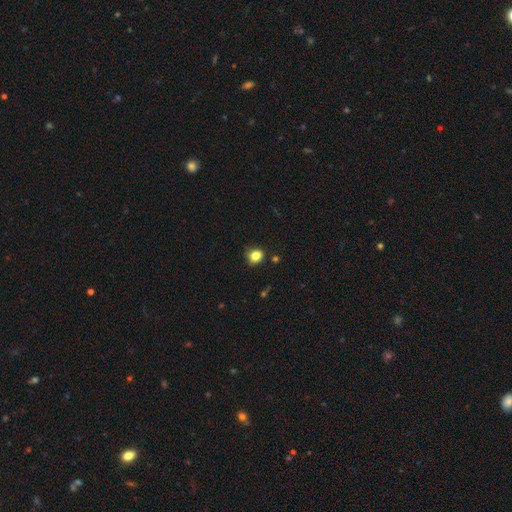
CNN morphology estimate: Q: Smooth or featured?
A: smooth (82%); runner-up: star or artifact (12%)
Q: How rounded?
A: round (71%); runner-up: in between (28%)
Q: Merging?
A: none (78%); runner-up: minor disturbance (17%)